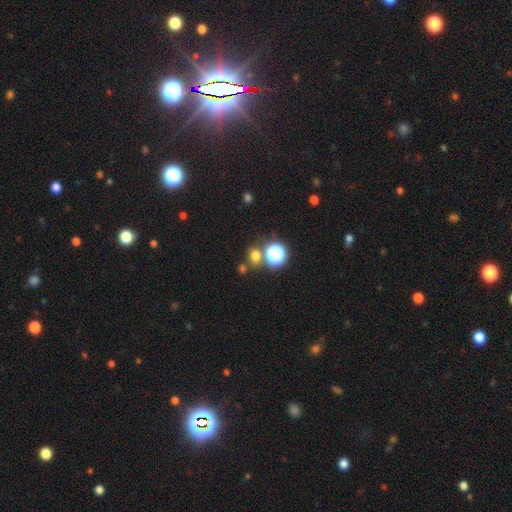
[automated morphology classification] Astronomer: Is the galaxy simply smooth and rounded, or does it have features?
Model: smooth — 67%.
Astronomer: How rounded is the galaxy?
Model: round — 71%.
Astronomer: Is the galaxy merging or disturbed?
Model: none — 69%.